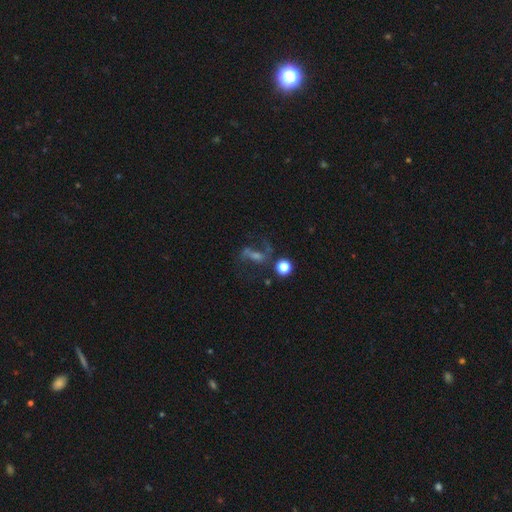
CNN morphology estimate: featured or disk 56%, star or artifact 25%, smooth 18%. Down the decision tree: edge-on disk — no (93%); bar — weak (40%); spiral arms — yes (78%); bulge size — small (41%); merging — none (52%).